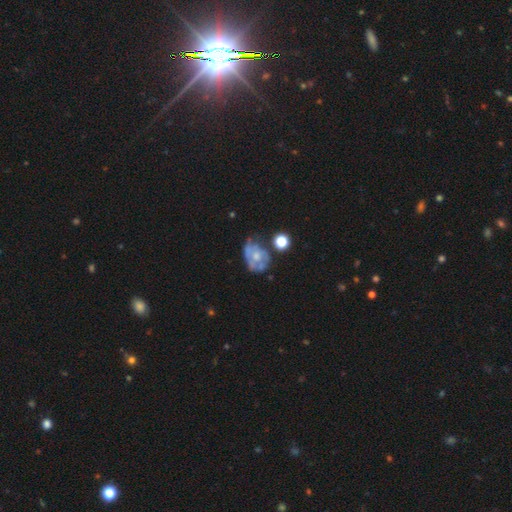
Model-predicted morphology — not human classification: Smooth or featured? featured or disk (58%)
Edge-on disk? no (97%)
Bar? no (86%)
Spiral arms? no (60%)
Bulge size? moderate (48%)
Merging? none (36%)